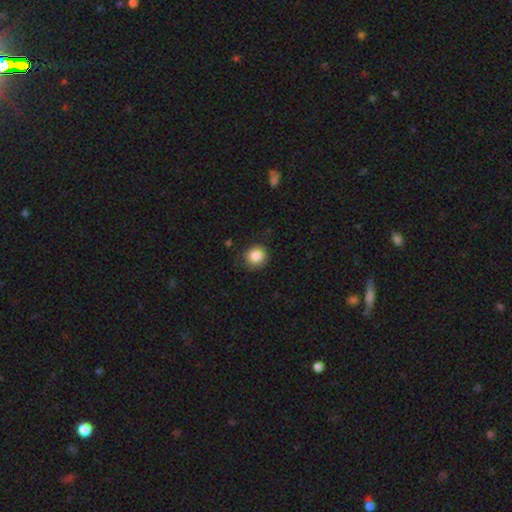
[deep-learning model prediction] Smooth or featured? Predicted: smooth (p=0.87). How rounded? Predicted: round (p=0.86). Merging? Predicted: none (p=0.81).